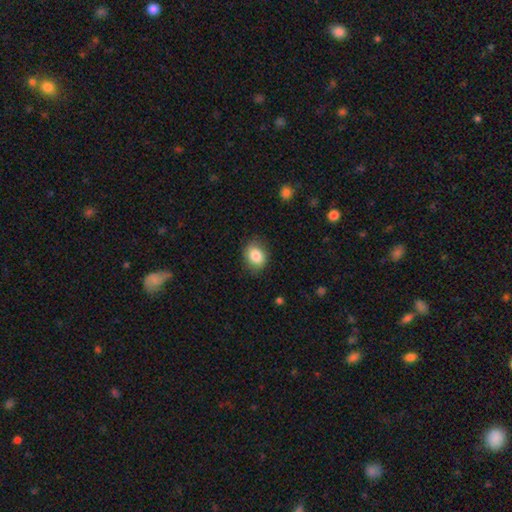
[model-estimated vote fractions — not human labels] smooth-or-featured: smooth: 85% | star or artifact: 8% | featured or disk: 7%
  how-rounded: in between: 53% | round: 46% | cigar-shaped: 1%
  merging: none: 82% | minor disturbance: 13% | major disturbance: 3% | merger: 1%